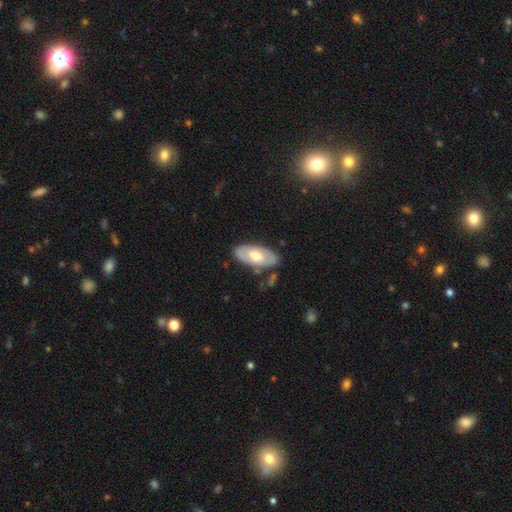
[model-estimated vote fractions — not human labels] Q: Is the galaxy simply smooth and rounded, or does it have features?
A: smooth — 48%.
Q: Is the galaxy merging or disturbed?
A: none — 80%.